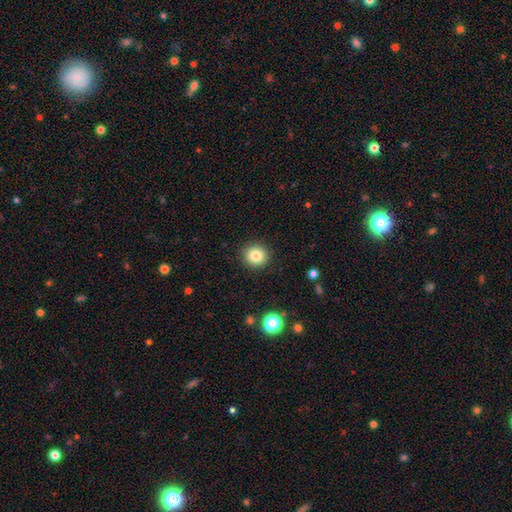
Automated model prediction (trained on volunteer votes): This is clearly a smooth galaxy (83%). How rounded: clearly round (91%). Merging: clearly none (91%).